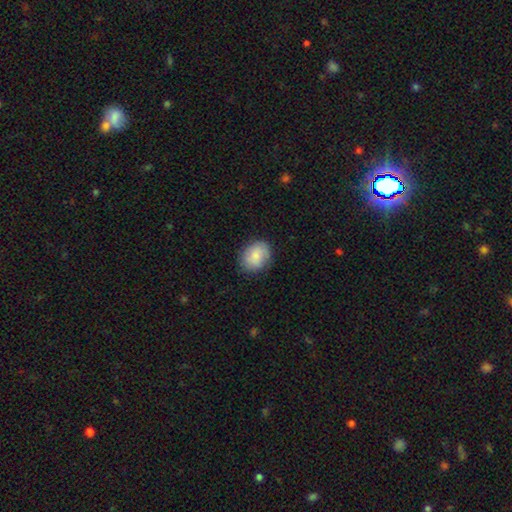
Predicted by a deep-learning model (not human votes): The model was most divided on "how rounded": in between: 53%, round: 46%, cigar-shaped: 1%. More confident: smooth or featured — smooth (82%); merging — none (81%).